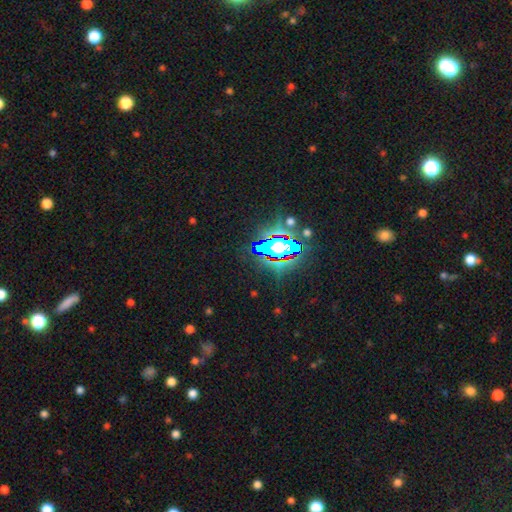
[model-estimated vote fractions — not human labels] A star or artifact, not a galaxy (78%).

Vote fractions:
- Smooth or featured? star or artifact: 78% / smooth: 13% / featured or disk: 9%